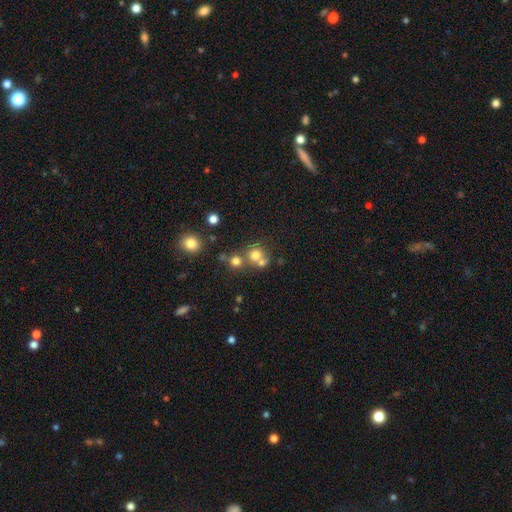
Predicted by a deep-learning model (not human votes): This is possibly a smooth galaxy (52%). How rounded: likely round (77%). Merging: possibly none (53%).